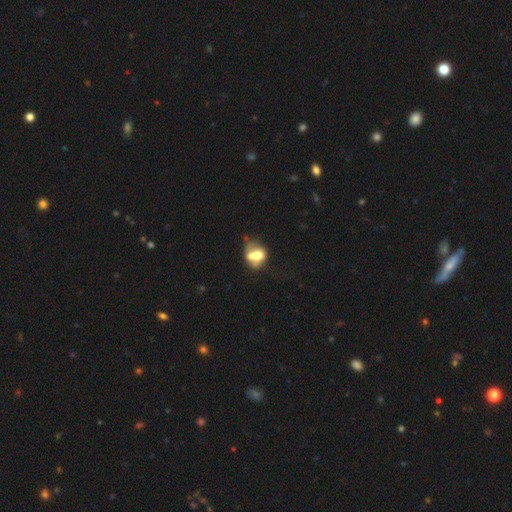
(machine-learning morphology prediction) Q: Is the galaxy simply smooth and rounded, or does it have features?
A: smooth — 53%.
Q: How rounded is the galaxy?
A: in between — 52%.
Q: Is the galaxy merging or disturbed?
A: merger — 48%.